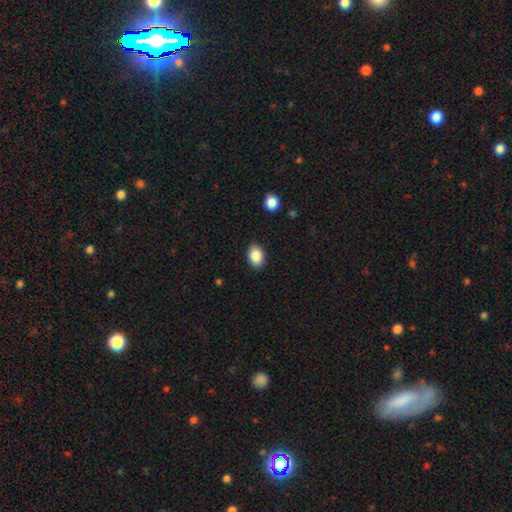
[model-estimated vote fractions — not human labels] Smooth or featured: smooth — 87% (star or artifact — 8%)
How rounded: in between — 81% (round — 18%)
Merging: none — 87% (minor disturbance — 10%)